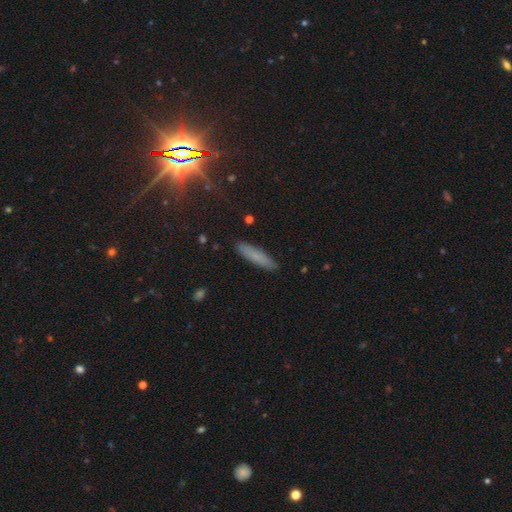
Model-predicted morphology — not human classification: smooth-or-featured: smooth: 73% | featured or disk: 15% | star or artifact: 11%
  how-rounded: cigar-shaped: 80% | in between: 18% | round: 2%
  merging: none: 88% | minor disturbance: 9% | major disturbance: 2% | merger: 1%